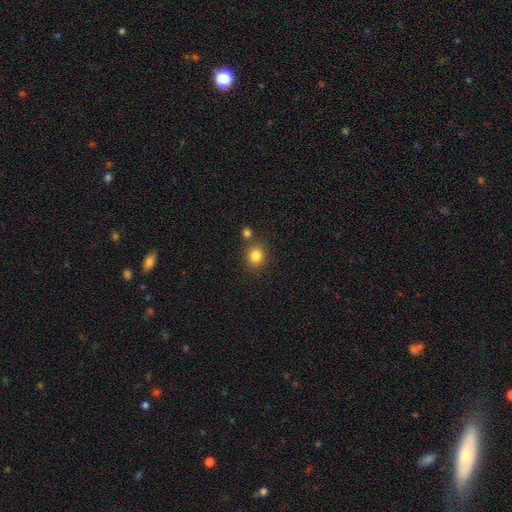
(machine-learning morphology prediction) smooth 83%, star or artifact 11%, featured or disk 5%. Down the decision tree: how rounded — round (80%); merging — none (76%).